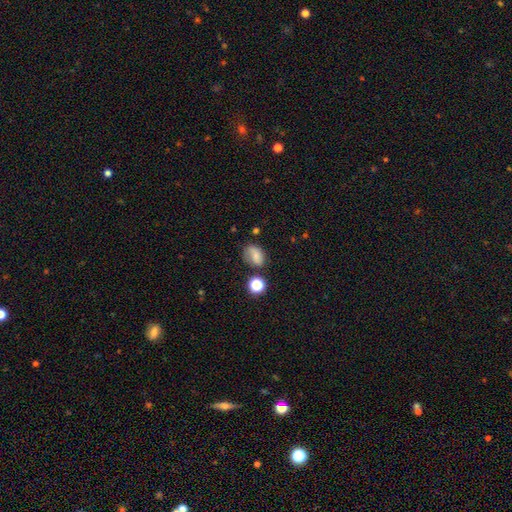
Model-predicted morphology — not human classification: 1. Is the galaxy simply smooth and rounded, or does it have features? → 67% smooth, 19% featured or disk, 14% star or artifact.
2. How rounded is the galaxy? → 68% in between, 31% round, 2% cigar-shaped.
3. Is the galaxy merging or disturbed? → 58% none, 26% minor disturbance, 10% major disturbance, 6% merger.